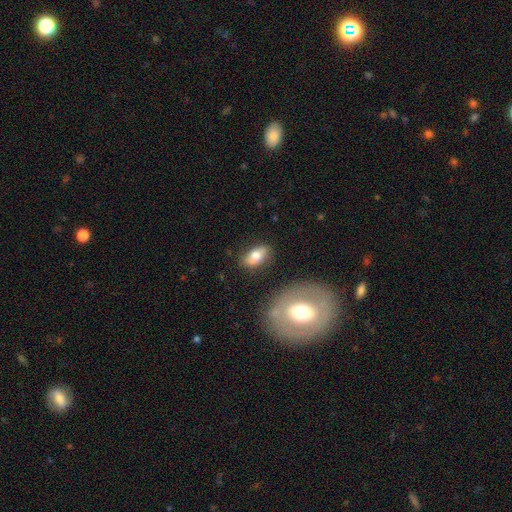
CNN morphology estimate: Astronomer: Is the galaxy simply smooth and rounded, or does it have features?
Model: smooth — 70%.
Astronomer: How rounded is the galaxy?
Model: in between — 88%.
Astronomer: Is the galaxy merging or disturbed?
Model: none — 81%.